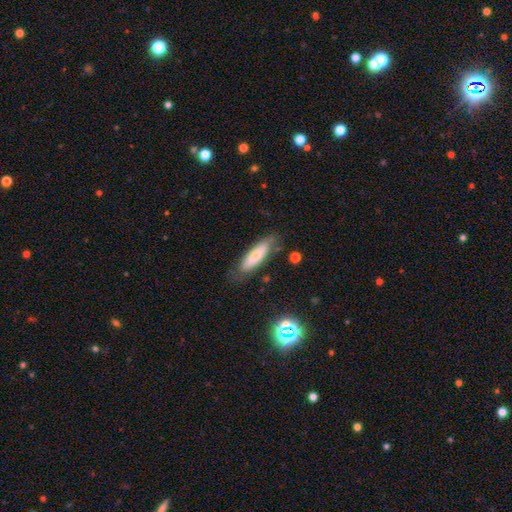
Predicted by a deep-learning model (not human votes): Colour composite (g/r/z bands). It shows a smooth galaxy with no disk features (72%) that is cigar-shaped (61%). Merging: none (73%).